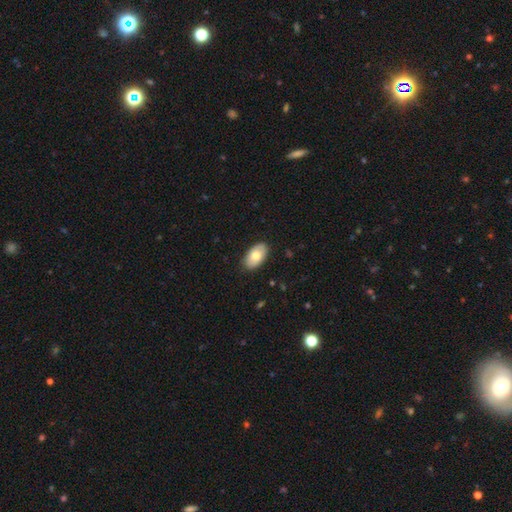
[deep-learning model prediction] Q: Smooth or featured?
A: smooth (73%); runner-up: featured or disk (21%)
Q: How rounded?
A: in between (94%); runner-up: round (4%)
Q: Merging?
A: none (86%); runner-up: minor disturbance (11%)